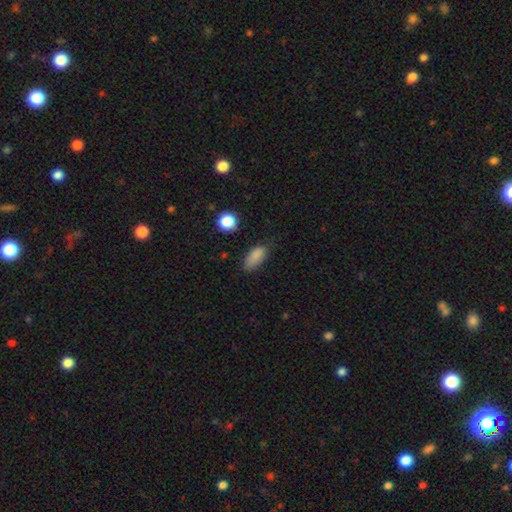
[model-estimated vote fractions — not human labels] Morphology: type=smooth (85%); roundness=in between (86%); merging=none (66%).